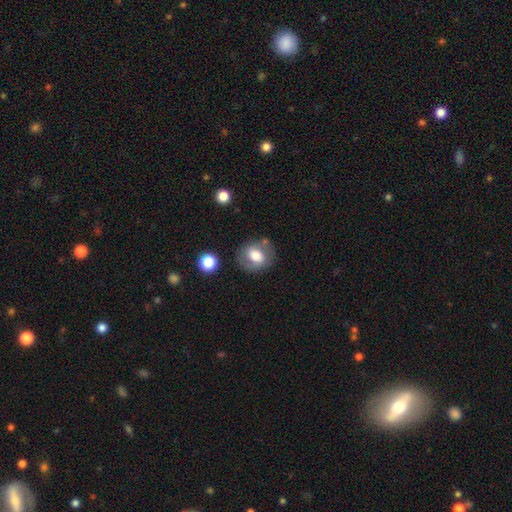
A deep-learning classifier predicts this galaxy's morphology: Q: Smooth or featured?
A: smooth (63%); runner-up: featured or disk (28%)
Q: How rounded?
A: round (62%); runner-up: in between (37%)
Q: Merging?
A: none (74%); runner-up: minor disturbance (16%)